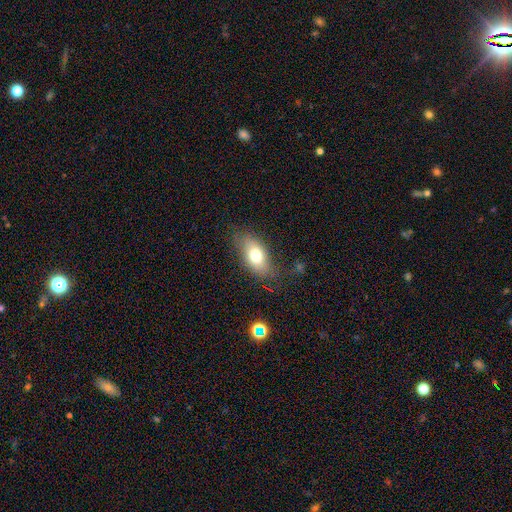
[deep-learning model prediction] Smooth or featured? smooth (72%)
How rounded? in between (87%)
Merging? none (72%)